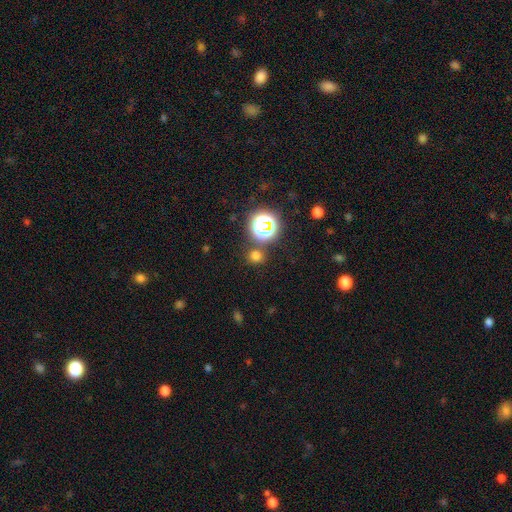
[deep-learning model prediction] The model was most divided on "smooth or featured": smooth: 67%, star or artifact: 27%, featured or disk: 6%. More confident: how rounded — round (87%); merging — none (81%).